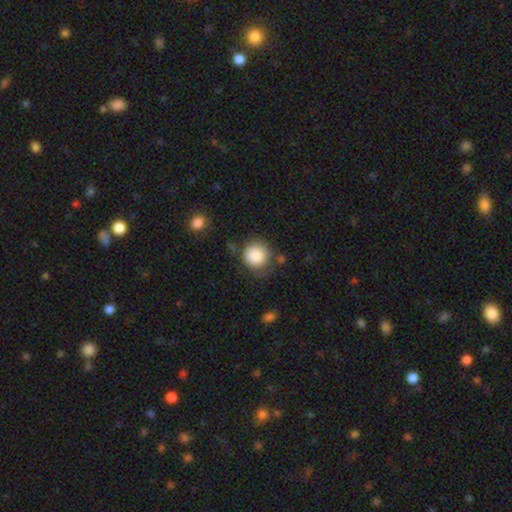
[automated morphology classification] smooth 87%, star or artifact 8%, featured or disk 5%. Down the decision tree: how rounded — round (93%); merging — none (71%).